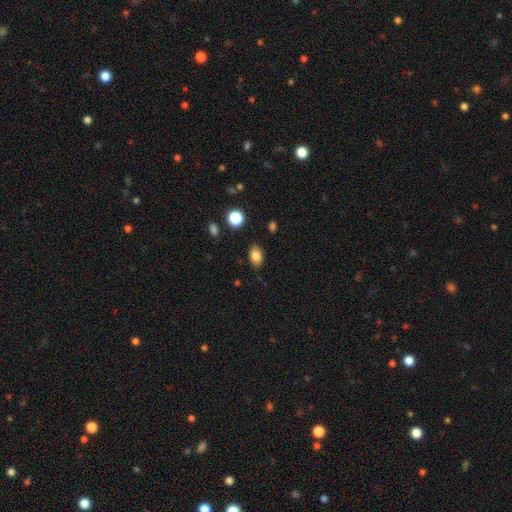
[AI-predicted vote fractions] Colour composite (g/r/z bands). It shows a smooth galaxy with no disk features (83%) that is in between round and cigar-shaped (81%). Merging: none (85%).